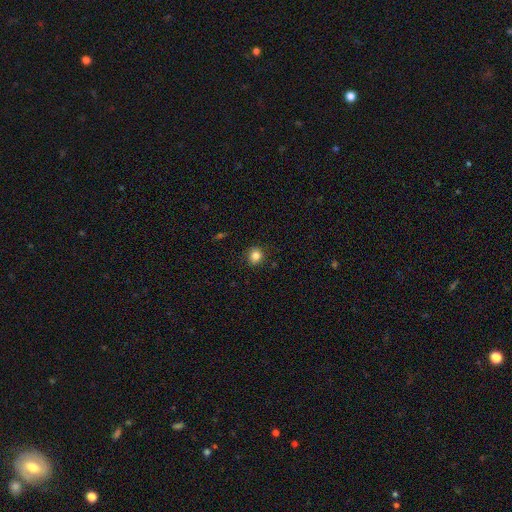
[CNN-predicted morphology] Smooth or featured? Predicted: smooth (p=0.84). How rounded? Predicted: round (p=0.82). Merging? Predicted: none (p=0.89).